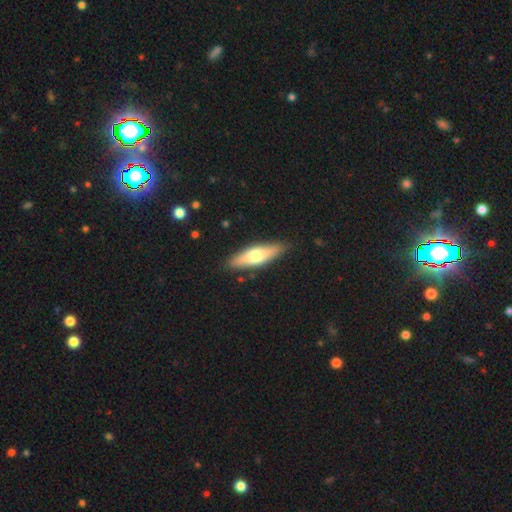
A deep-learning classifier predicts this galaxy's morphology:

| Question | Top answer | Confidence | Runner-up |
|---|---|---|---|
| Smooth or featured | smooth | 57% | featured or disk (38%) |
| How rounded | cigar-shaped | 56% | in between (42%) |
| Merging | none | 86% | minor disturbance (10%) |